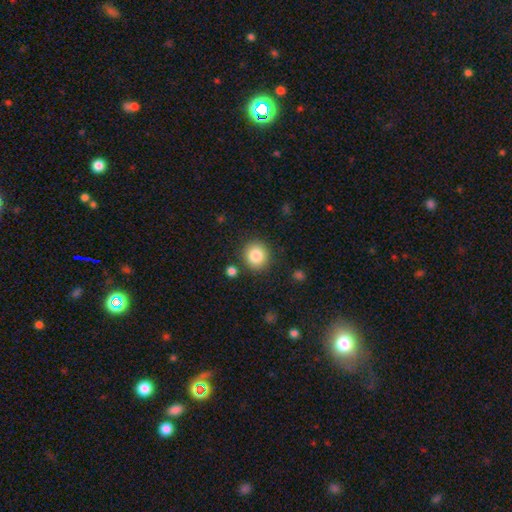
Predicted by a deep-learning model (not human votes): Morphology: type=smooth (85%); roundness=round (89%); merging=none (87%).